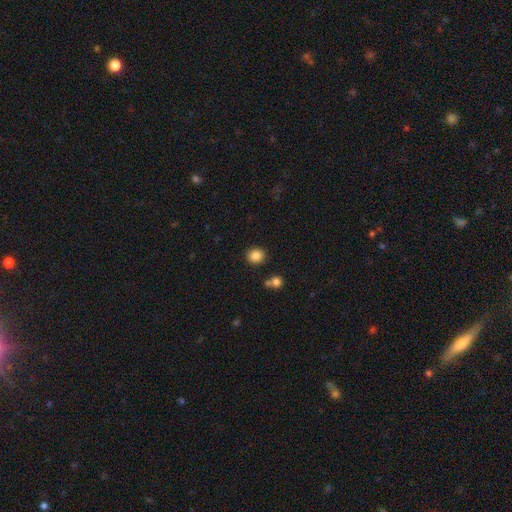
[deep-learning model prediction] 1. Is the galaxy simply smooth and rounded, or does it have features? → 86% smooth, 10% star or artifact, 4% featured or disk.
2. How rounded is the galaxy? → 79% round, 20% in between, 1% cigar-shaped.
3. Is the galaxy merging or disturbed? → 86% none, 7% minor disturbance, 4% merger, 2% major disturbance.